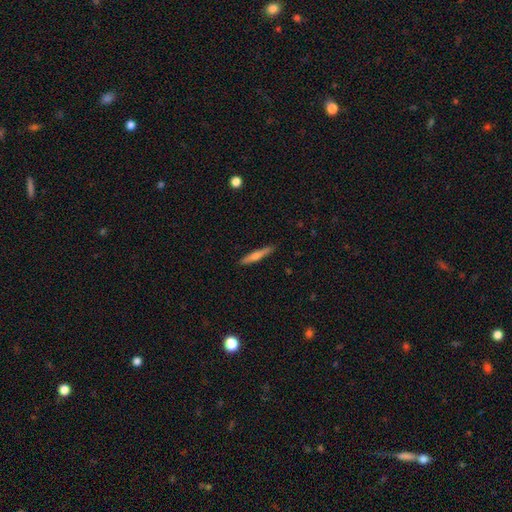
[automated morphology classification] This is possibly a smooth galaxy (53%). How rounded: clearly cigar-shaped (92%). Merging: clearly none (89%).